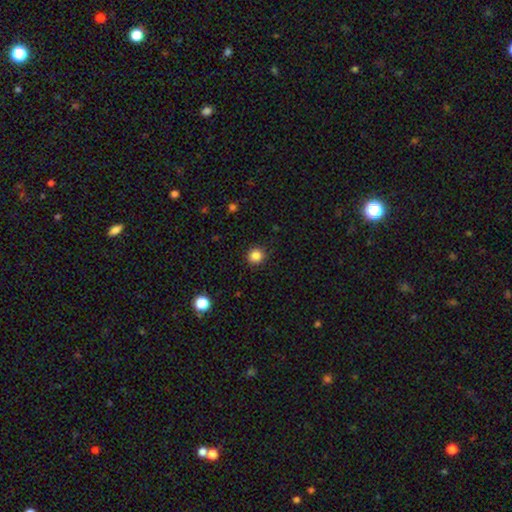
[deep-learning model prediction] The model was most divided on "smooth or featured": smooth: 84%, star or artifact: 12%, featured or disk: 4%. More confident: how rounded — round (93%); merging — none (92%).